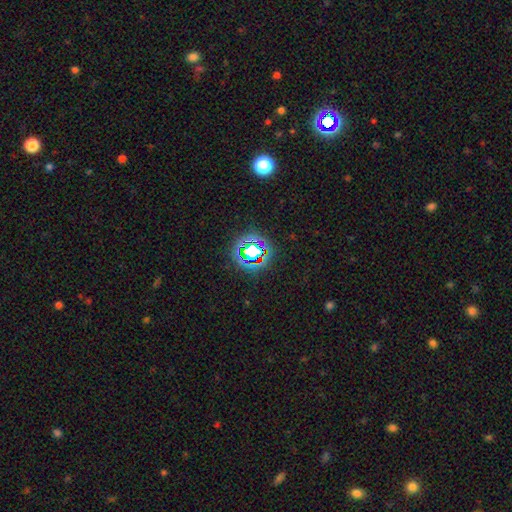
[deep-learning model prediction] A star or artifact, not a galaxy (67%).